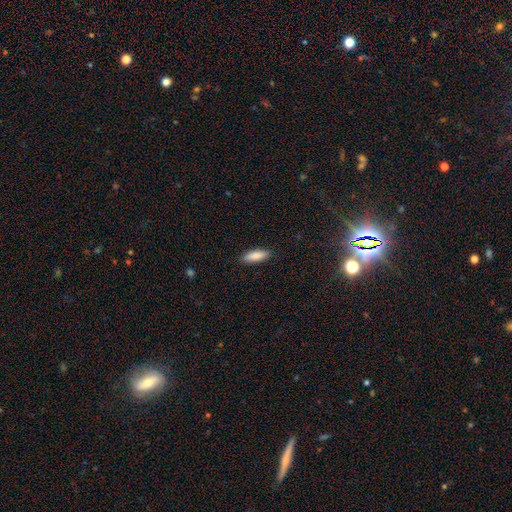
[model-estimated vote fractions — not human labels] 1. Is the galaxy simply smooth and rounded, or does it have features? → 87% smooth, 7% featured or disk, 6% star or artifact.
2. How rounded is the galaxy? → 49% in between (tied), 49% cigar-shaped (tied), 2% round.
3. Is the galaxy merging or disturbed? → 88% none, 9% minor disturbance, 2% major disturbance, 1% merger.